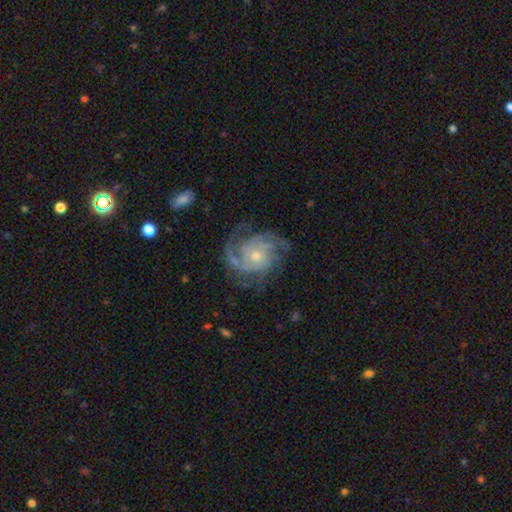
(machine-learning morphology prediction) smooth_or_featured: featured or disk (p=0.90) [alt: smooth p=0.05]
disk_edge_on: no (p=0.98) [alt: yes p=0.02]
bar: no (p=0.76) [alt: weak p=0.20]
has_spiral_arms: yes (p=0.97) [alt: no p=0.03]
spiral_winding: tight (p=0.53) [alt: medium p=0.38]
spiral_arm_count: 3 (p=0.35) [alt: 4 p=0.18]
bulge_size: small (p=0.52) [alt: moderate p=0.43]
merging: none (p=0.72) [alt: minor disturbance p=0.17]